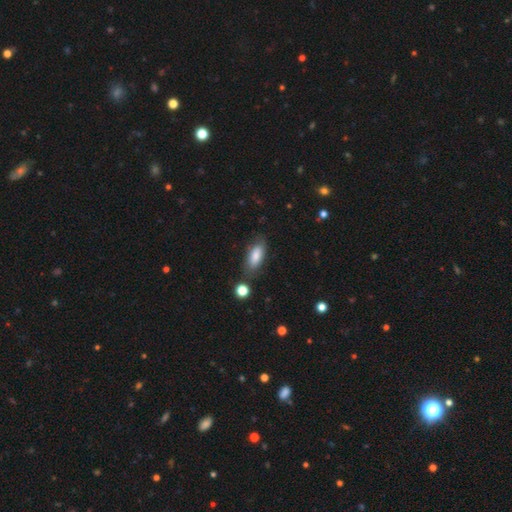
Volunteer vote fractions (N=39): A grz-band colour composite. It shows a smooth galaxy with no disk features (87%) that is in between round and cigar-shaped (79%). Merging: none (81%).